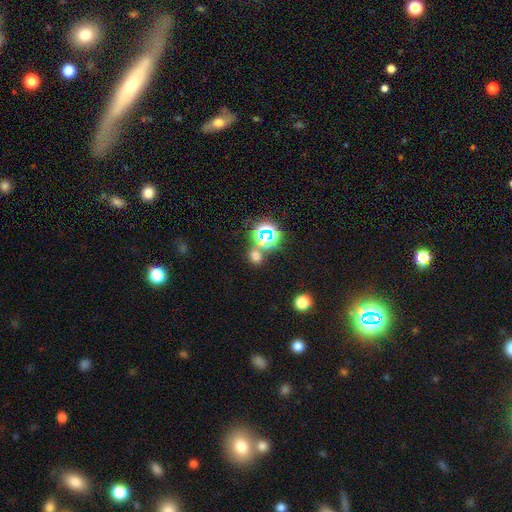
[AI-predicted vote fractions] Smooth or featured? smooth (57%)
How rounded? round (72%)
Merging? none (70%)